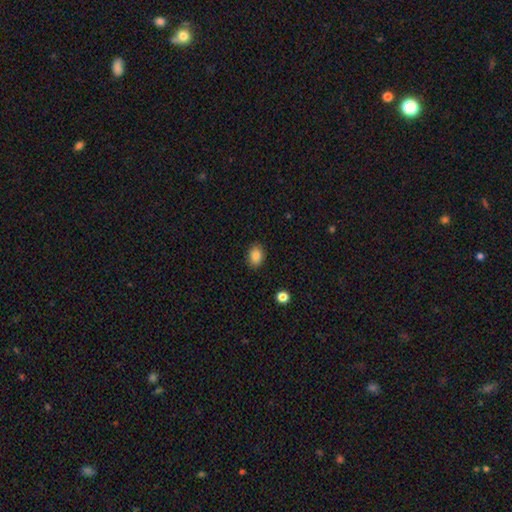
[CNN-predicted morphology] smooth 86%, star or artifact 9%, featured or disk 6%. Down the decision tree: how rounded — in between (66%); merging — none (87%).